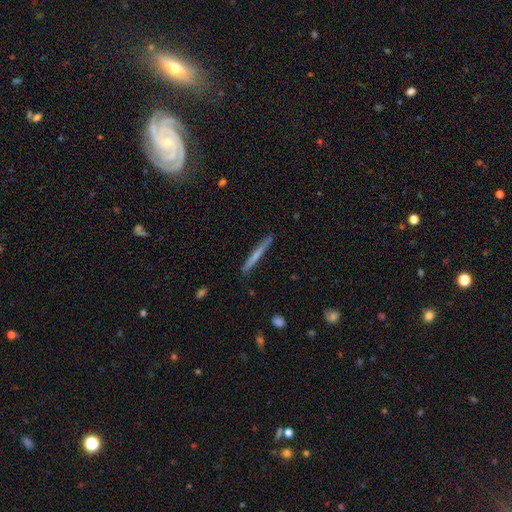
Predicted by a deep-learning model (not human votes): This appears to be a smooth galaxy with no disk features (58%) that is cigar-shaped (96%). Merging: none (89%).